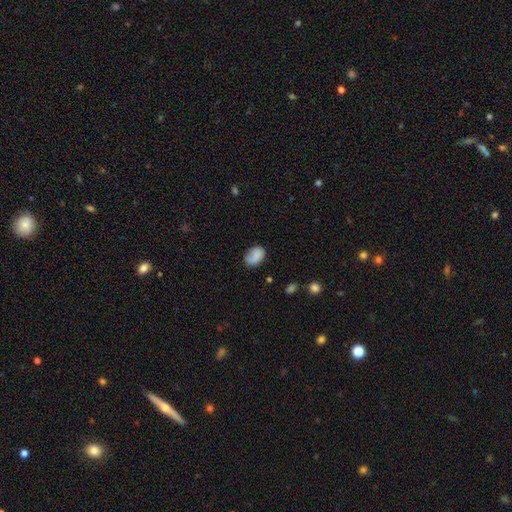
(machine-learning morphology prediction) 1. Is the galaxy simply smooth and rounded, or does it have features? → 78% smooth, 13% featured or disk, 8% star or artifact.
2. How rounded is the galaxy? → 81% in between, 18% round, 1% cigar-shaped.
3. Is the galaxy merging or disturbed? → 67% none, 23% minor disturbance, 8% major disturbance, 3% merger.